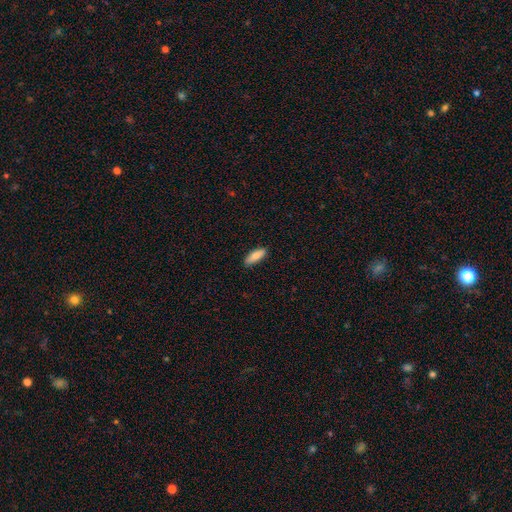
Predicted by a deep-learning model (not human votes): Smooth or featured? smooth (85%)
How rounded? in between (63%)
Merging? none (86%)